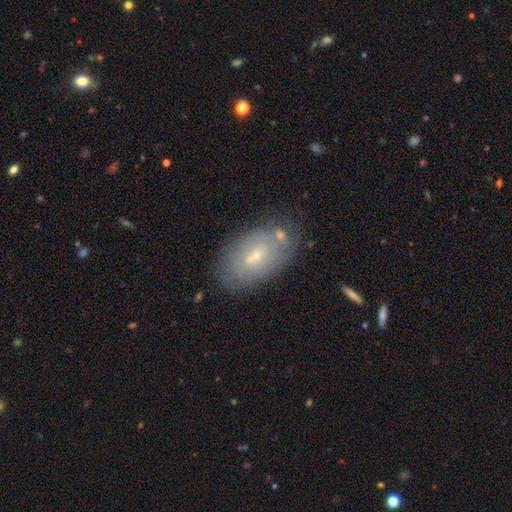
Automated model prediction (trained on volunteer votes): A featured or disk galaxy (55%) with a weak bar (47%), spiral arms (62%) and a small central bulge (71%). Merging: none (73%).